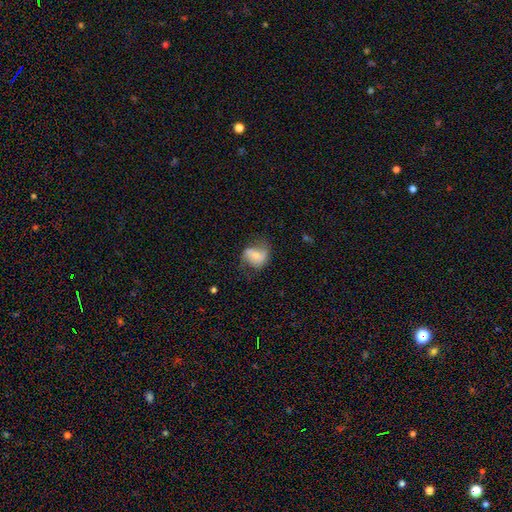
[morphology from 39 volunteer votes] smooth 51%, featured or disk 41%, star or artifact 8%. Down the decision tree: how rounded — in between (55%); merging — none (58%).